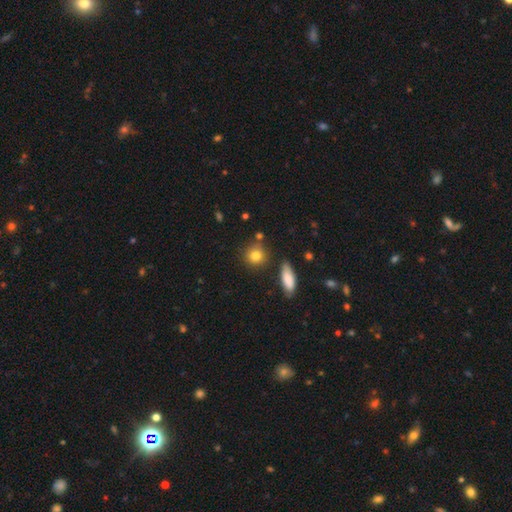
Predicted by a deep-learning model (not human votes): smooth-or-featured: smooth: 82% | star or artifact: 10% | featured or disk: 9%
  how-rounded: round: 83% | in between: 15% | cigar-shaped: 2%
  merging: none: 79% | minor disturbance: 11% | merger: 7% | major disturbance: 3%